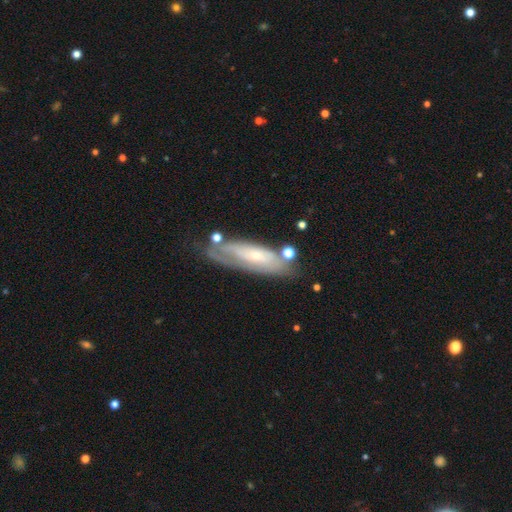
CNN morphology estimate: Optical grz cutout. It shows a featured or disk galaxy (61%). Merging: none (55%).